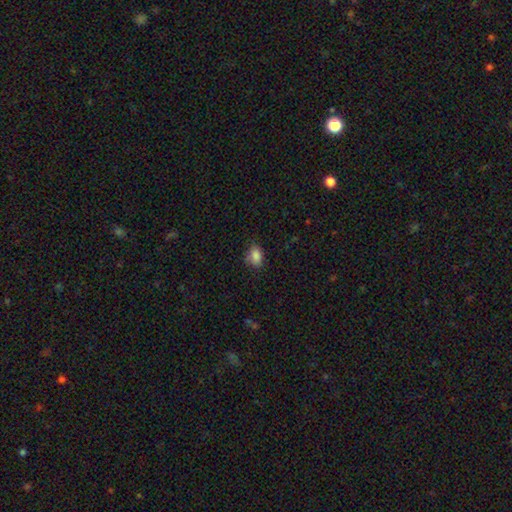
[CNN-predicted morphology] This appears to be a smooth galaxy with no disk features (85%) that is in between round and cigar-shaped (78%). Merging: none (73%).